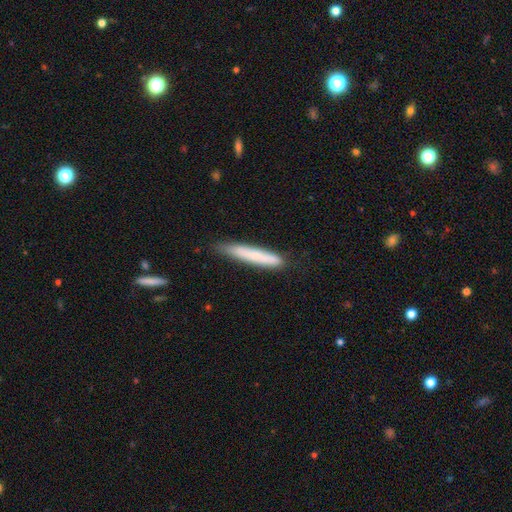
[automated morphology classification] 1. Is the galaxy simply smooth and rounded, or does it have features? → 70% smooth, 24% featured or disk, 6% star or artifact.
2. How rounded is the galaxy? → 94% cigar-shaped, 5% in between, 1% round.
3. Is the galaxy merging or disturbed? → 75% none, 19% minor disturbance, 3% major disturbance, 2% merger.